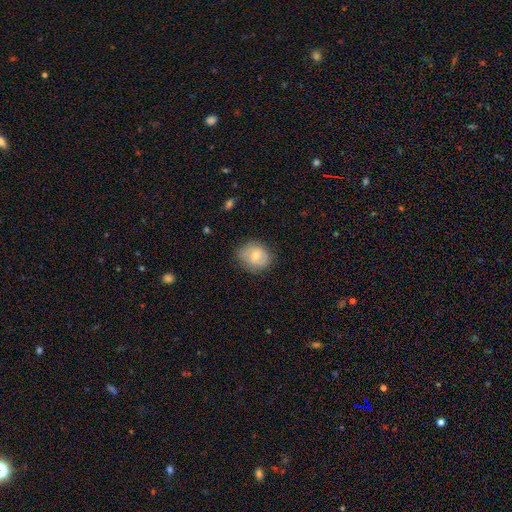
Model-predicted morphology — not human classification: smooth-or-featured: smooth: 59% | featured or disk: 33% | star or artifact: 9%
  how-rounded: round: 67% | in between: 32% | cigar-shaped: 1%
  merging: none: 71% | minor disturbance: 23% | major disturbance: 6% | merger: 1%